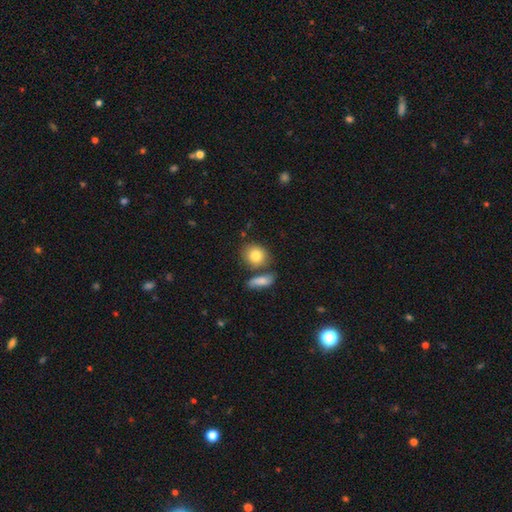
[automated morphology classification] Smooth or featured? smooth (82%)
How rounded? round (59%)
Merging? none (62%)